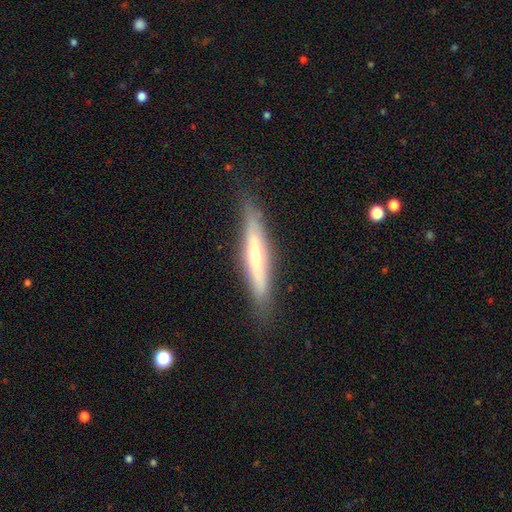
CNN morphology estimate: The model was most divided on "smooth or featured": featured or disk: 59%, smooth: 34%, star or artifact: 7%. More confident: edge-on disk — yes (90%); merging — none (85%); edge-on bulge — rounded (78%).